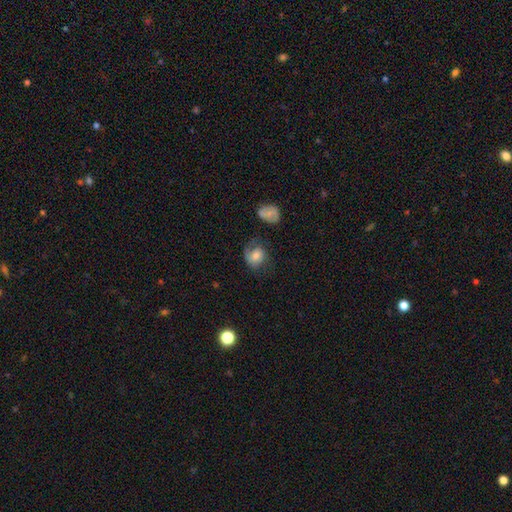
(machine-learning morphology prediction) The model was most divided on "smooth or featured": smooth: 48%, featured or disk: 43%, star or artifact: 9%. Remaining: merging — none (49%).